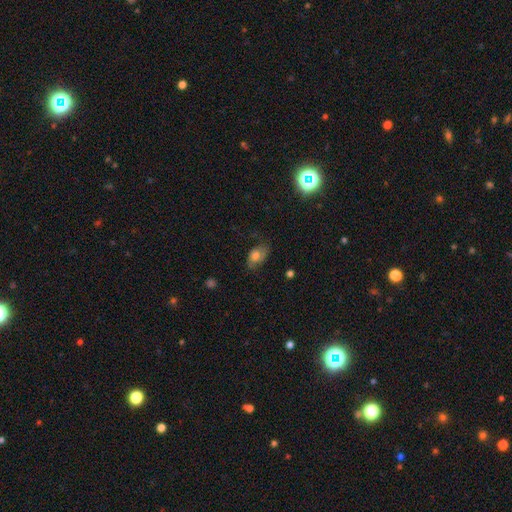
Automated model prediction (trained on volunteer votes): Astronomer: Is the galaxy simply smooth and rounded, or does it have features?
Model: smooth — 67%.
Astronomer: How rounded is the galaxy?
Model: in between — 84%.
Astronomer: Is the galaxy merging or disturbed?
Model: none — 59%.